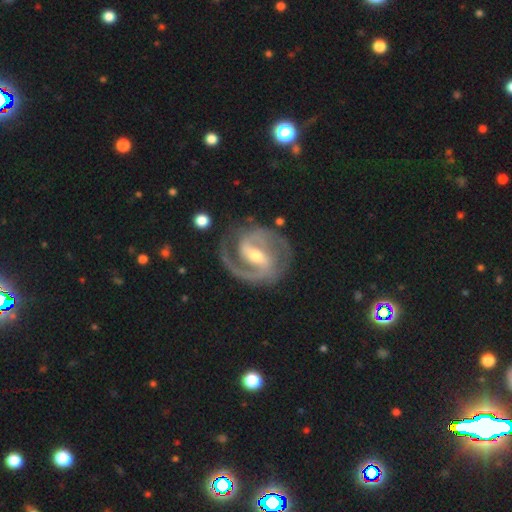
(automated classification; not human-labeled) smooth-or-featured: featured or disk: 92% | smooth: 4% | star or artifact: 4%
  disk-edge-on: no: 97% | yes: 3%
    bar: strong: 50% | weak: 37% | no: 13%
    has-spiral-arms: yes: 98% | no: 2%
      spiral-winding: medium: 50% | tight: 42% | loose: 8%
      spiral-arm-count: 2: 87% | 3: 5% | 1: 3% | can't tell: 3% | 4: 1% | more than 4: 1%
    bulge-size: moderate: 58% | small: 37% | large: 3% | none: 1% | dominant: 1%
  merging: none: 79% | minor disturbance: 14% | major disturbance: 6% | merger: 2%